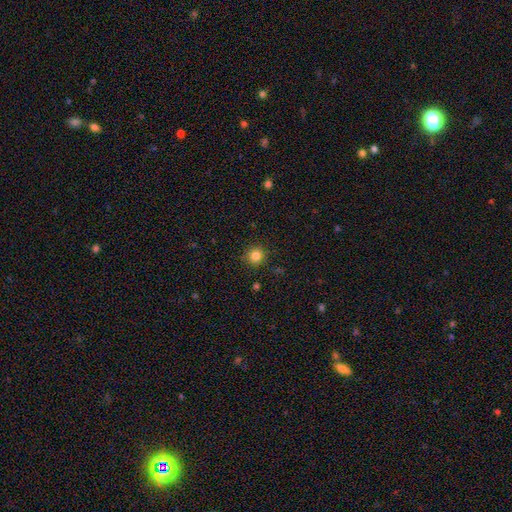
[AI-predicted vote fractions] A smooth galaxy with no disk features (83%) that is round (93%).

Vote fractions:
- Smooth or featured? smooth: 83% / star or artifact: 12% / featured or disk: 5%
- How rounded? round: 93% / in between: 6% / cigar-shaped: 1%
- Merging? none: 90% / minor disturbance: 7% / major disturbance: 2% / merger: 1%